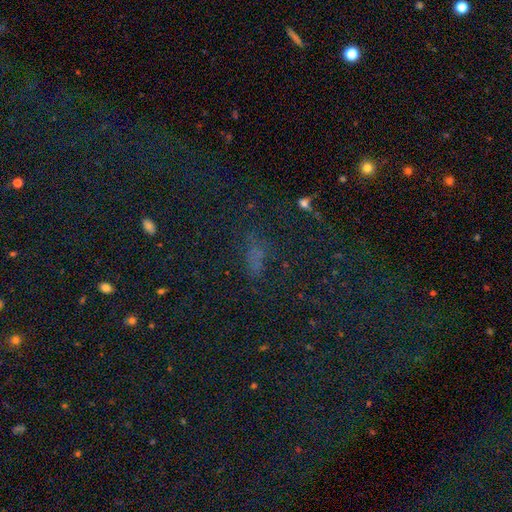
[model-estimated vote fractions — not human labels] Smooth or featured? Predicted: star or artifact (p=0.47).